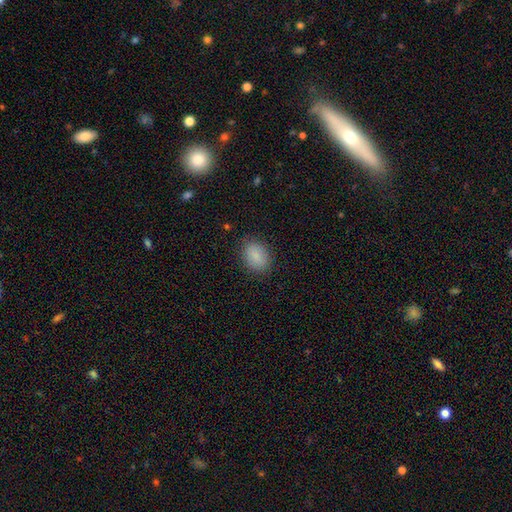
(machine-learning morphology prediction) This is clearly a smooth galaxy (87%). How rounded: likely in between (78%). Merging: clearly none (85%).